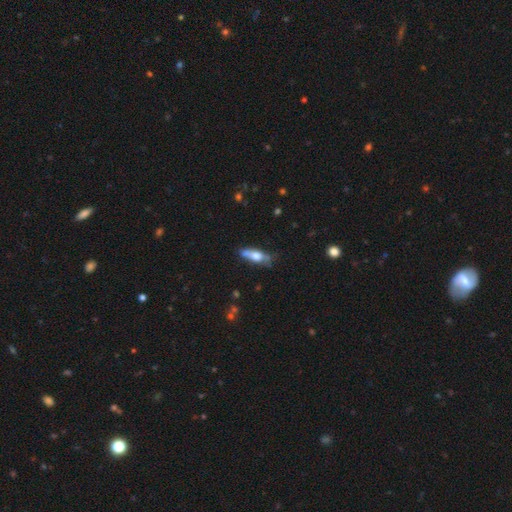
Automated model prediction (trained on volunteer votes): Smooth or featured? Predicted: smooth (p=0.54). How rounded? Predicted: in between (p=0.52). Merging? Predicted: none (p=0.59).